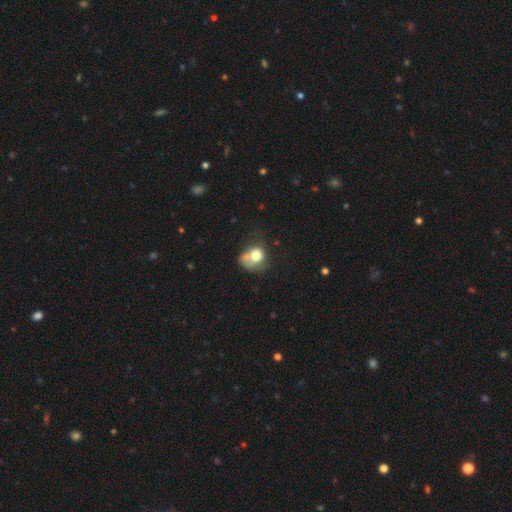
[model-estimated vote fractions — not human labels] smooth 68%, featured or disk 22%, star or artifact 10%. Down the decision tree: how rounded — round (57%); merging — none (27%, tied with major disturbance).